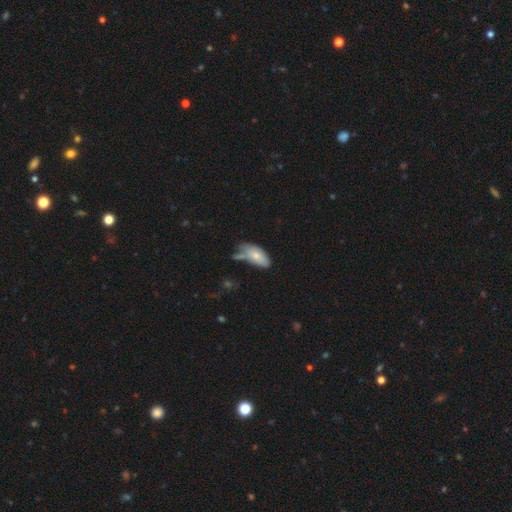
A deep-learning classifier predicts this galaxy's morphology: This is likely a smooth galaxy (72%). How rounded: clearly in between (91%). Merging: marginally none (43%).